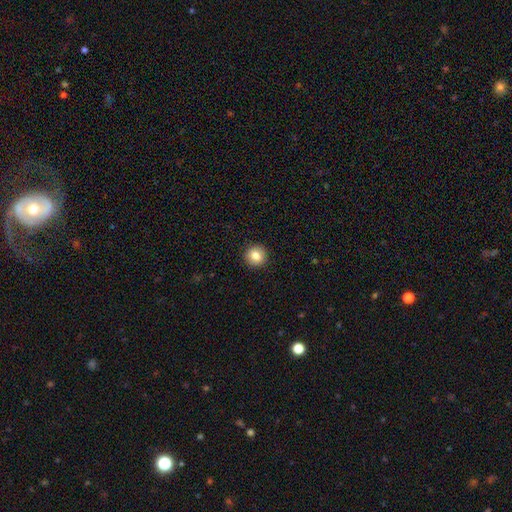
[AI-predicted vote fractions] Overall: smooth (83%). How rounded: round (91%). Merging: none (92%).